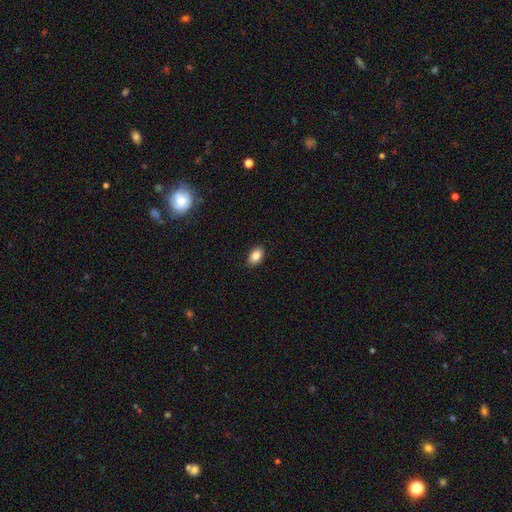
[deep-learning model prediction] Smooth or featured: smooth — 86% (star or artifact — 8%)
How rounded: in between — 88% (round — 11%)
Merging: none — 88% (minor disturbance — 9%)